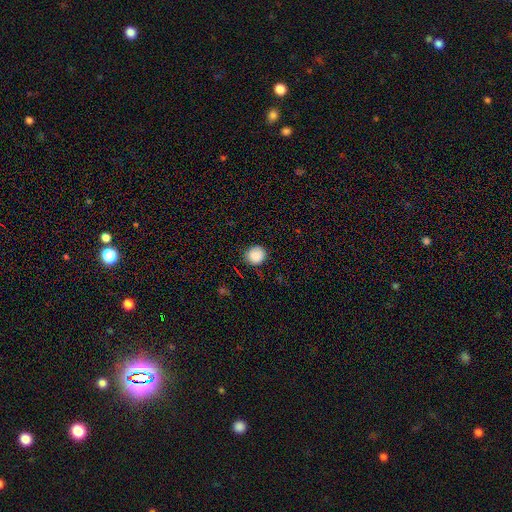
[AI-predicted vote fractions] Overall: smooth (87%). How rounded: round (88%). Merging: none (81%).